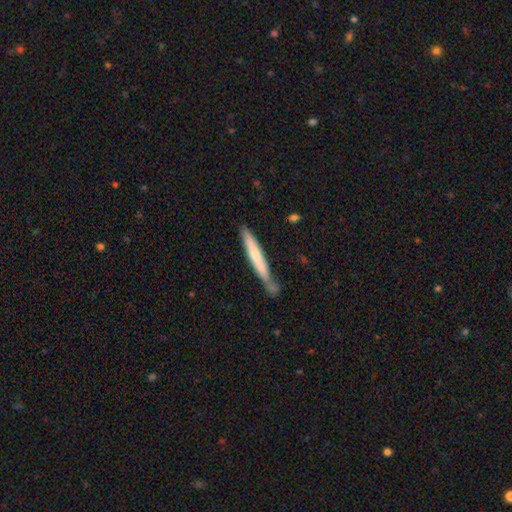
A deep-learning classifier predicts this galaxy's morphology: type=smooth (60%); roundness=cigar-shaped (95%); merging=none (64%).